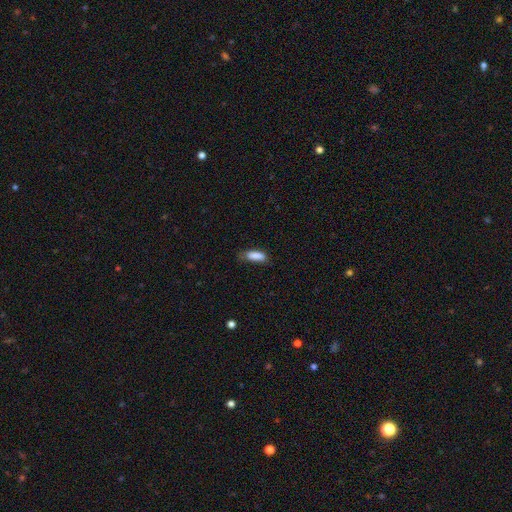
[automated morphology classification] This appears to be a smooth galaxy with no disk features (85%) that is in between round and cigar-shaped (60%). Merging: none (56%).